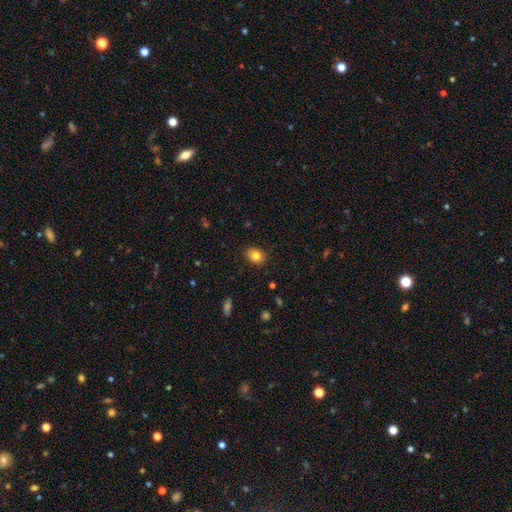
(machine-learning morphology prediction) Smooth or featured? Predicted: smooth (p=0.83). How rounded? Predicted: in between (p=0.57). Merging? Predicted: none (p=0.89).